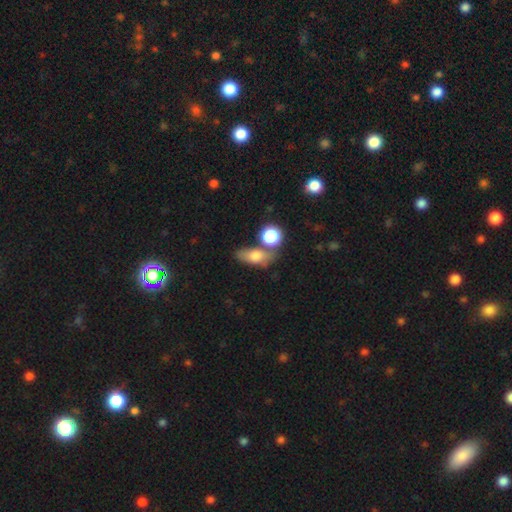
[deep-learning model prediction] This appears to be a smooth galaxy with no disk features (72%) that is in between round and cigar-shaped (66%). Merging: none (46%).